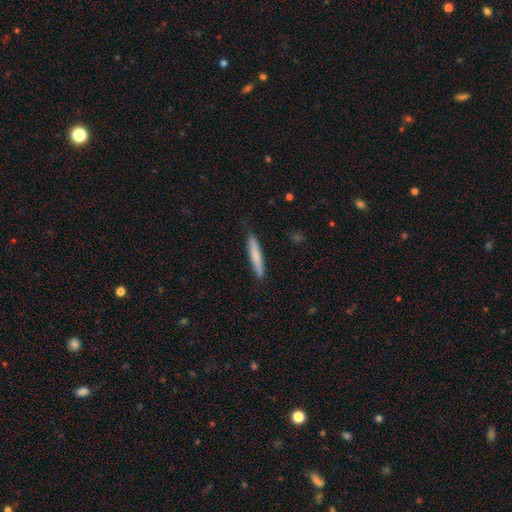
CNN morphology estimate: type=smooth (73%); roundness=cigar-shaped (94%); merging=none (86%).